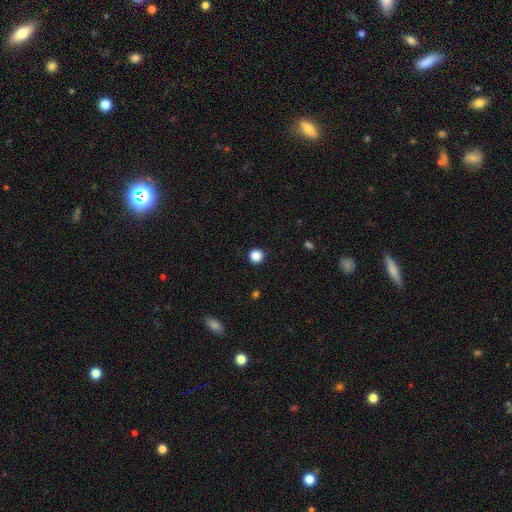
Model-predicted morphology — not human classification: The model was most divided on "smooth or featured": smooth: 87%, star or artifact: 11%, featured or disk: 3%. More confident: how rounded — round (95%); merging — none (92%).